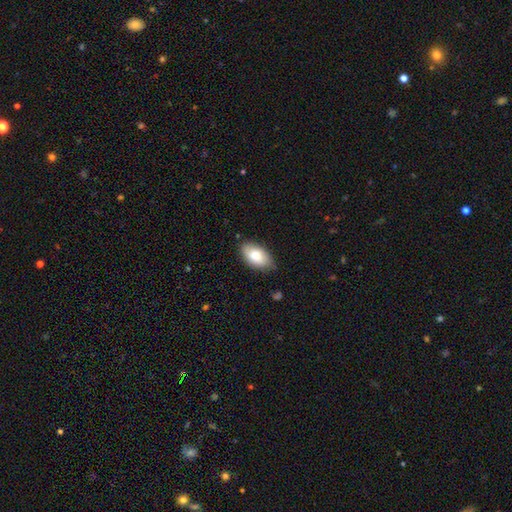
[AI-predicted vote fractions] This appears to be a smooth galaxy with no disk features (83%) that is in between round and cigar-shaped (95%). Merging: none (79%).